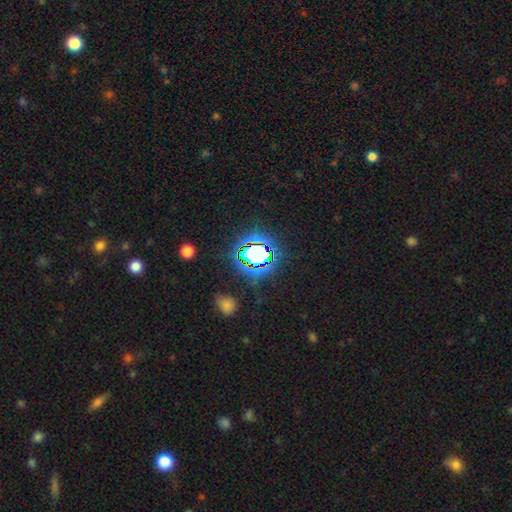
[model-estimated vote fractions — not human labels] smooth-or-featured: star or artifact: 68% | smooth: 21% | featured or disk: 11%